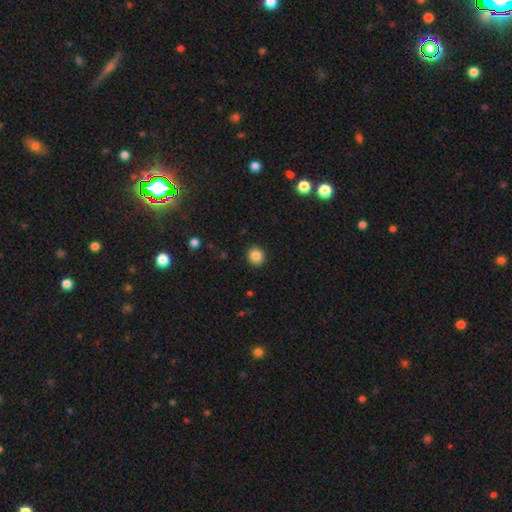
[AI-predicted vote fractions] Overall: smooth (86%). How rounded: round (84%). Merging: none (91%).